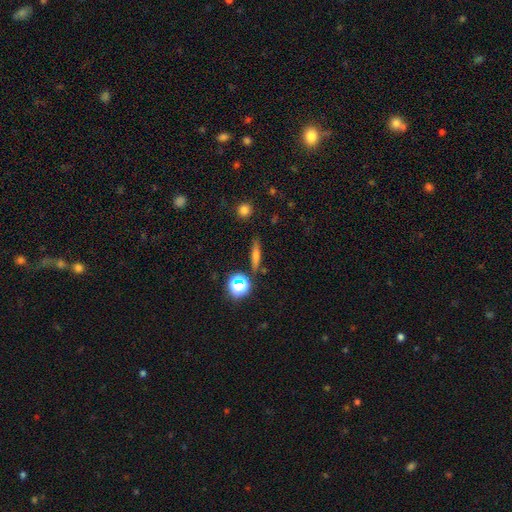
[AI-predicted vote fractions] Overall: smooth (48%; featured or disk 32%). Merging: none (85%).